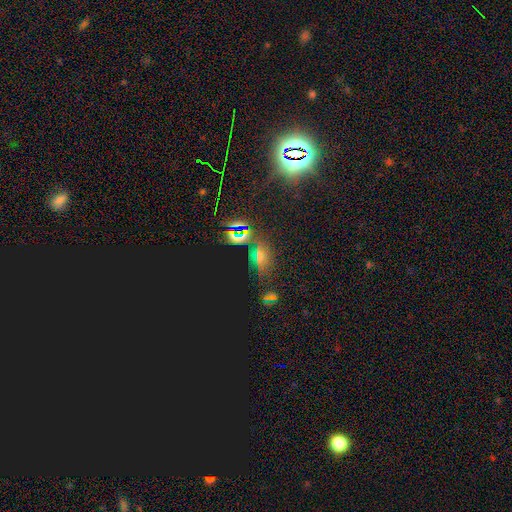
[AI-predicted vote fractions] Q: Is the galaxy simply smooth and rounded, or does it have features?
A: star or artifact — 64%.